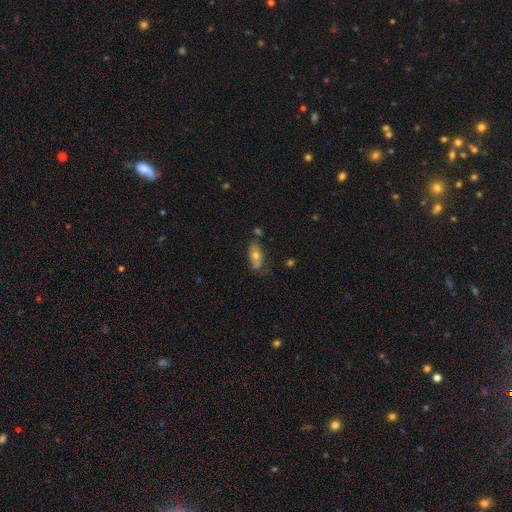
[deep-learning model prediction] Smooth or featured? Predicted: smooth (p=0.59). How rounded? Predicted: in between (p=0.87). Merging? Predicted: none (p=0.63).